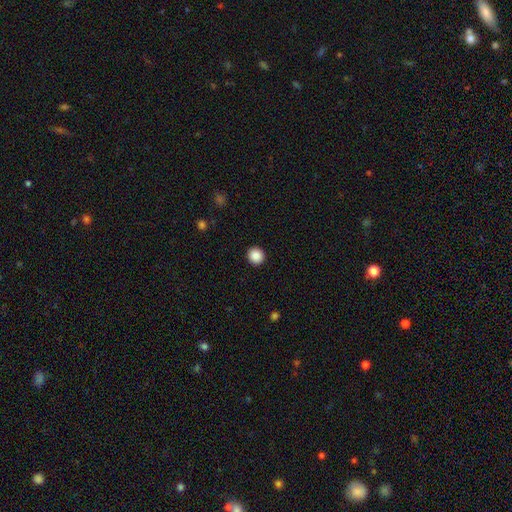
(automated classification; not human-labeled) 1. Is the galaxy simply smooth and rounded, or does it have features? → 88% smooth, 9% star or artifact, 3% featured or disk.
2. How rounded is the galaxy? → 91% round, 8% in between, 1% cigar-shaped.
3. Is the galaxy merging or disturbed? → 93% none, 4% minor disturbance, 2% major disturbance, 1% merger.